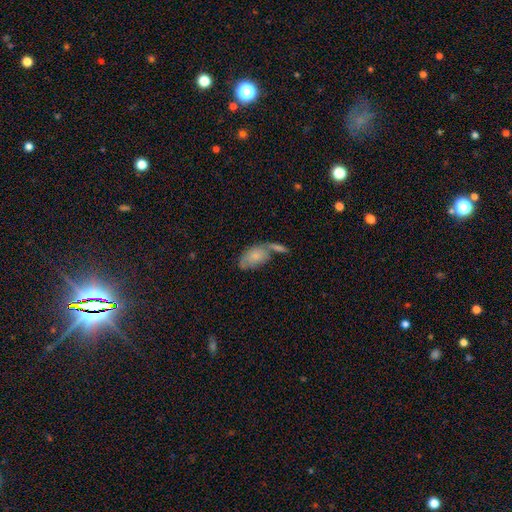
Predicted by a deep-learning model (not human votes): Smooth or featured? Predicted: smooth (p=0.68). How rounded? Predicted: in between (p=0.92). Merging? Predicted: none (p=0.35, tied with merger).